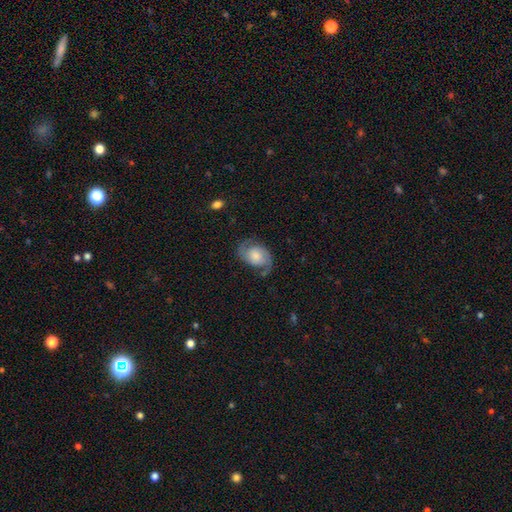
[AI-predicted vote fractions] This is likely a featured or disk galaxy (77%). It is clearly not viewed edge-on (98%). Bar: likely no (66%). Spiral arm pattern: clearly yes (95%). Spiral arm count: clearly 2 (91%). Spiral winding: possibly medium (49%). Central bulge: marginally moderate (37%). Merging: likely none (72%).